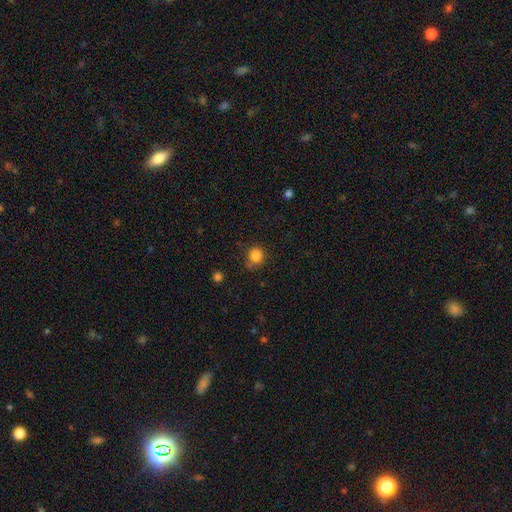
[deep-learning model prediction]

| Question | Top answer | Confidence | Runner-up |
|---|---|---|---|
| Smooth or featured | smooth | 84% | star or artifact (11%) |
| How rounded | round | 86% | in between (13%) |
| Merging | none | 75% | minor disturbance (17%) |